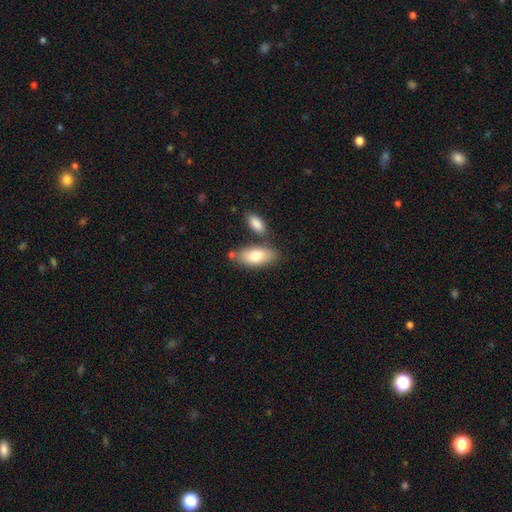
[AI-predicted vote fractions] smooth-or-featured: smooth: 79% | featured or disk: 15% | star or artifact: 6%
  how-rounded: in between: 86% | cigar-shaped: 11% | round: 3%
  merging: none: 65% | merger: 17% | minor disturbance: 14% | major disturbance: 4%